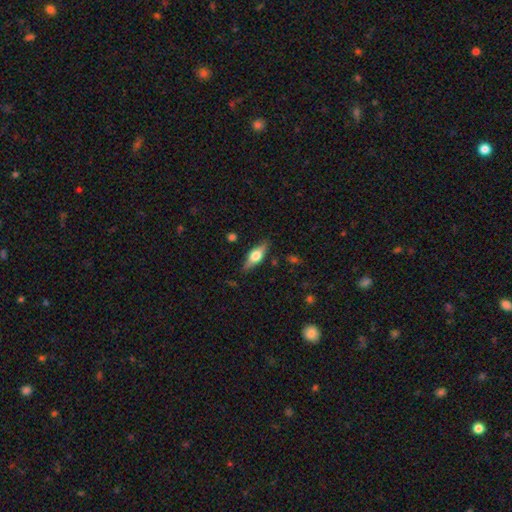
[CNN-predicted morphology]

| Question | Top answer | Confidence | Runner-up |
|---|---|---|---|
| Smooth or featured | featured or disk | 52% | smooth (41%) |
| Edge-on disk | yes | 92% | no (8%) |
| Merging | none | 84% | minor disturbance (12%) |